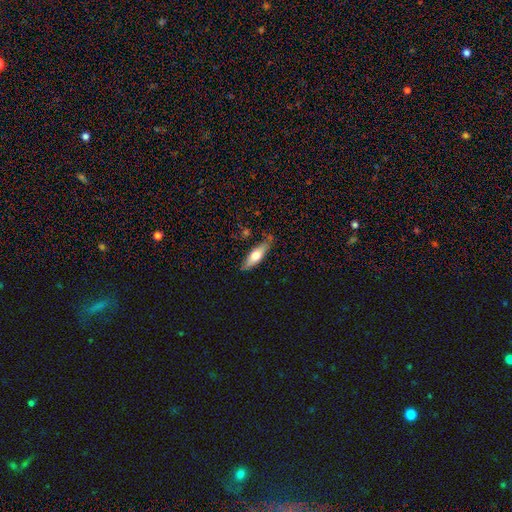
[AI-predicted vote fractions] Smooth or featured? smooth (57%)
How rounded? cigar-shaped (57%)
Merging? none (77%)